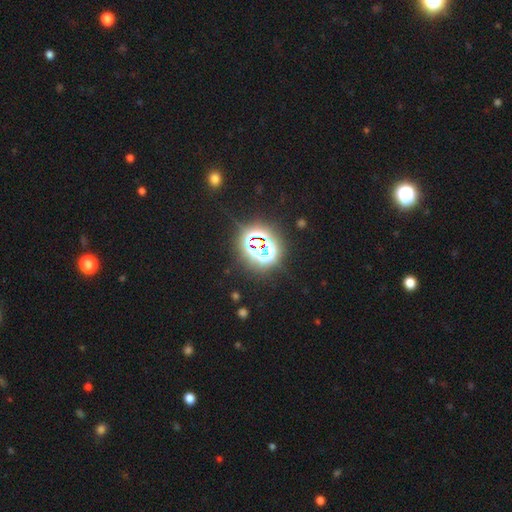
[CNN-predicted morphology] This appears to be a star or artifact, not a galaxy (78%).